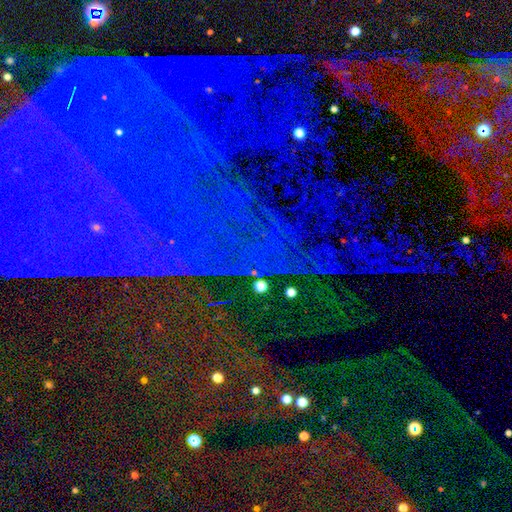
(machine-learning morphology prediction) The model was most divided on "smooth or featured": star or artifact: 85%, featured or disk: 9%, smooth: 7%.